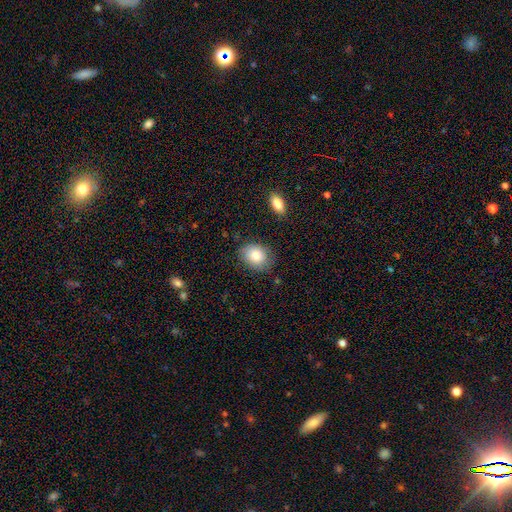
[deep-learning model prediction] This is clearly a smooth galaxy (81%). How rounded: possibly in between (60%). Merging: likely none (80%).